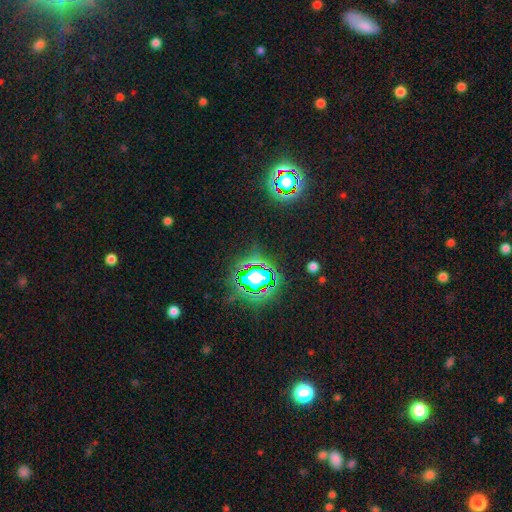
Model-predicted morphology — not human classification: type=star or artifact (78%).